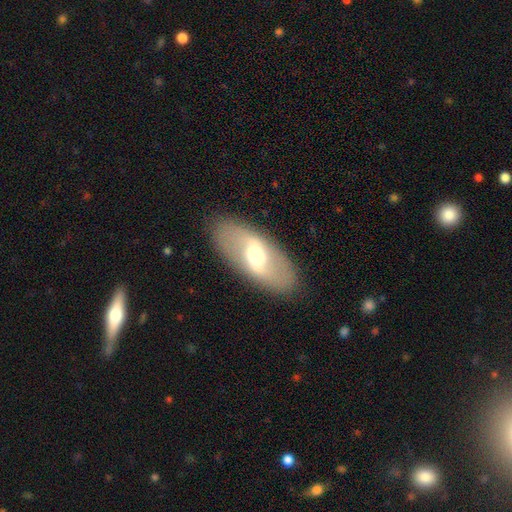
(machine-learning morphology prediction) Overall: featured or disk (59%; smooth 34%). Edge-on disk: no (82%). Merging: none (86%).